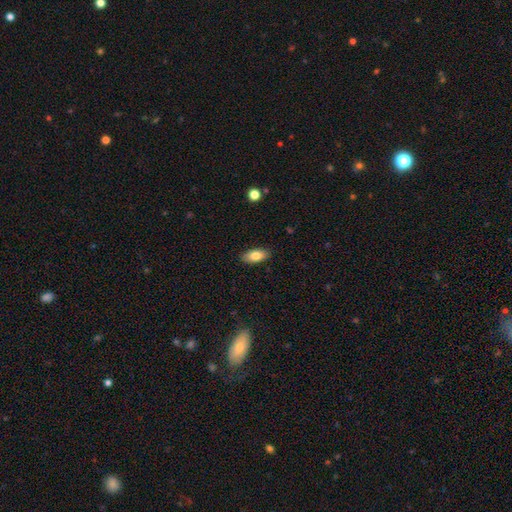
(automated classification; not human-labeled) Smooth or featured? smooth (81%)
How rounded? in between (89%)
Merging? none (88%)